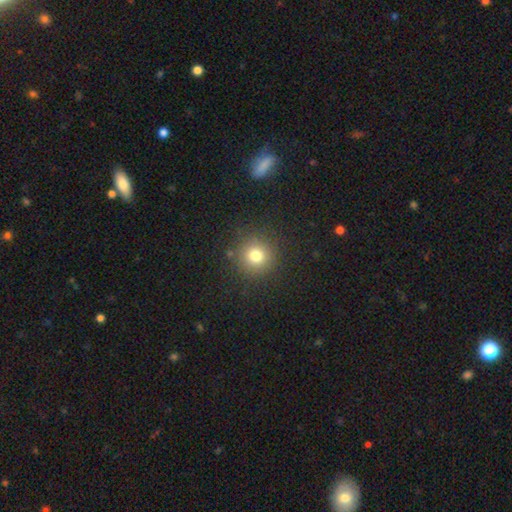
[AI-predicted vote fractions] Smooth or featured? Predicted: smooth (p=0.77). How rounded? Predicted: round (p=0.94). Merging? Predicted: none (p=0.88).